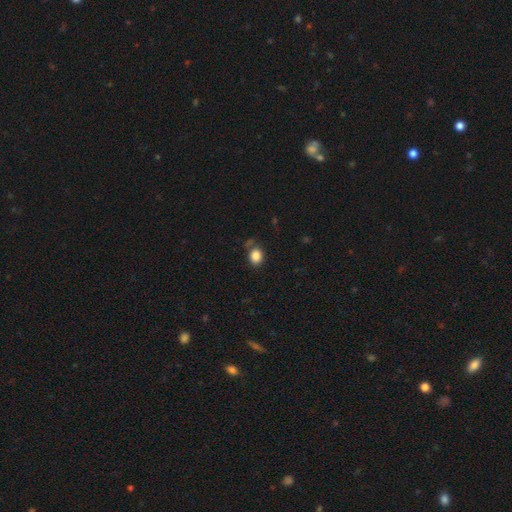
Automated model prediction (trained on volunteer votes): A smooth galaxy with no disk features (86%) that is round (55%).

Vote fractions:
- Smooth or featured? smooth: 86% / star or artifact: 10% / featured or disk: 4%
- How rounded? round: 55% / in between: 44% / cigar-shaped: 1%
- Merging? none: 75% / minor disturbance: 15% / merger: 6% / major disturbance: 5%